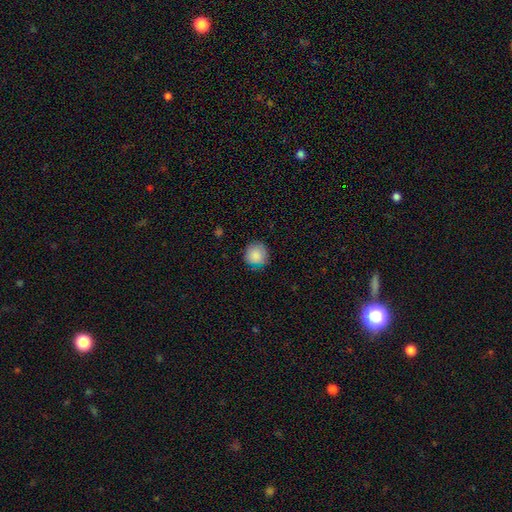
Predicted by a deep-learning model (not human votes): Q: Smooth or featured?
A: smooth (86%); runner-up: star or artifact (8%)
Q: How rounded?
A: round (91%); runner-up: in between (8%)
Q: Merging?
A: none (82%); runner-up: minor disturbance (13%)